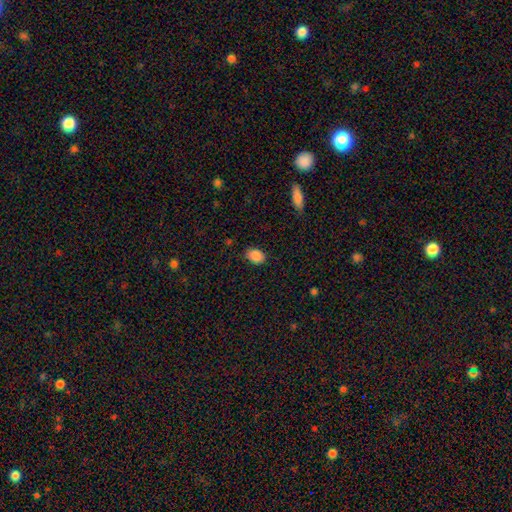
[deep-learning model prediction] This appears to be a smooth galaxy with no disk features (88%) that is in between round and cigar-shaped (72%). Merging: none (84%).